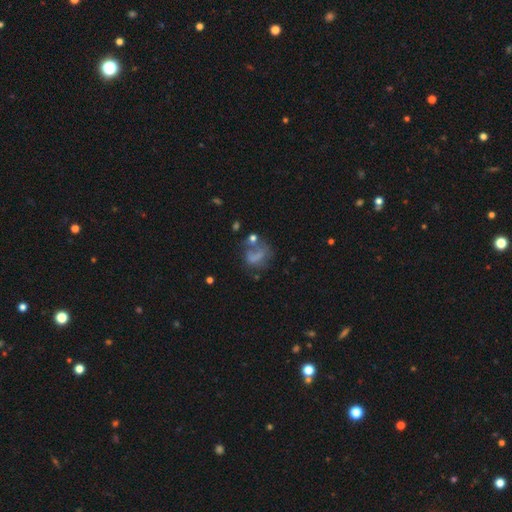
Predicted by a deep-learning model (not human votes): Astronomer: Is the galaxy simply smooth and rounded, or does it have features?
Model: smooth — 49% (runner-up: featured or disk, 35%).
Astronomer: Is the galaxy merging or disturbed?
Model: major disturbance — 36% (runner-up: none, 31%).